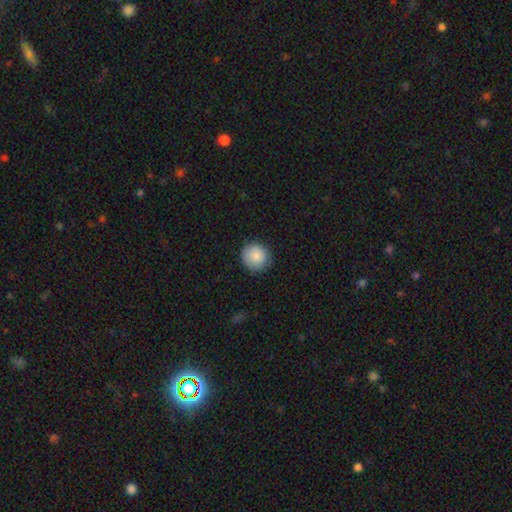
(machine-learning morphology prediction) This is clearly a smooth galaxy (88%). How rounded: clearly round (90%). Merging: clearly none (87%).